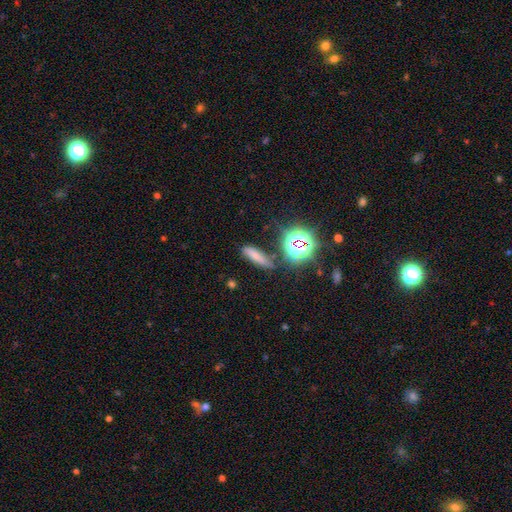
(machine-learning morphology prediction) Overall: smooth (64%). How rounded: cigar-shaped (62%; in between 31%). Merging: none (72%).